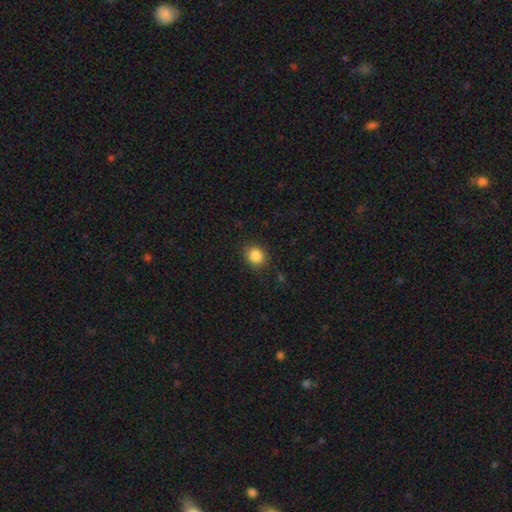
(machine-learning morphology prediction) Overall: smooth (86%). How rounded: round (70%). Merging: none (86%).